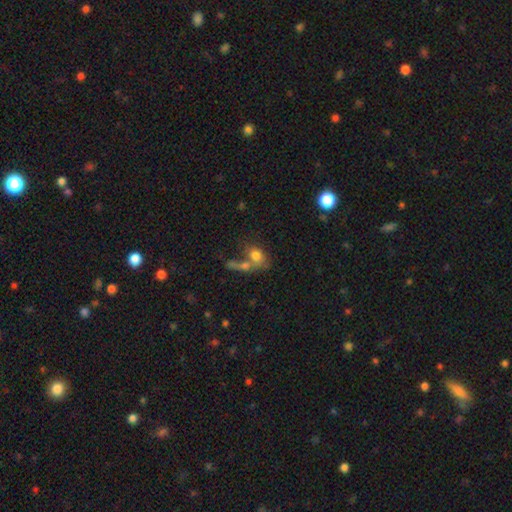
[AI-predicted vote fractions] smooth_or_featured: smooth (p=0.73) [alt: featured or disk p=0.17]
how_rounded: in between (p=0.63) [alt: round p=0.35]
merging: merger (p=0.53) [alt: none p=0.26]